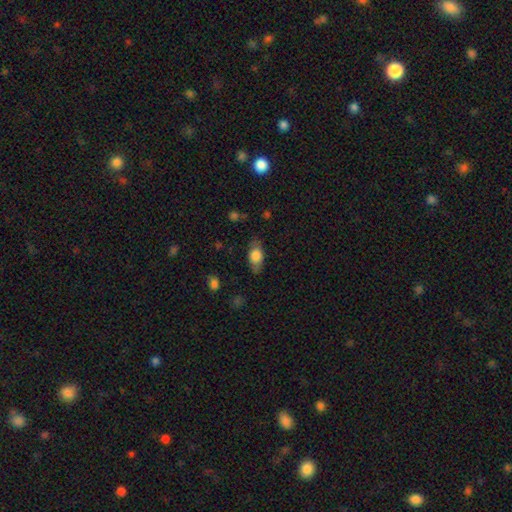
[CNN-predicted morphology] Smooth or featured? smooth (73%)
How rounded? in between (84%)
Merging? none (76%)